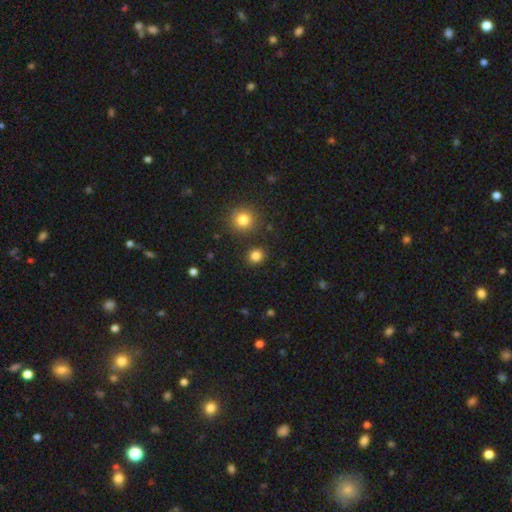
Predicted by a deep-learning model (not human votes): The model was most divided on "how rounded": round: 84%, in between: 15%, cigar-shaped: 1%. More confident: merging — none (89%); smooth or featured — smooth (84%).